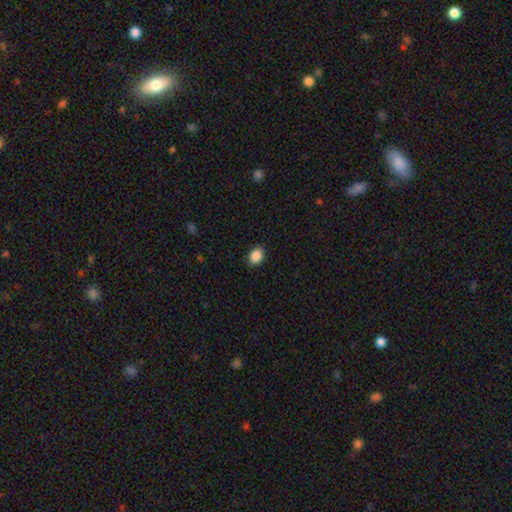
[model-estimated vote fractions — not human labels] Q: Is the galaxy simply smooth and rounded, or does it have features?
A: smooth — 88%.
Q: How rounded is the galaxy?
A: in between — 60%.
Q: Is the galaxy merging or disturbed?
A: none — 88%.